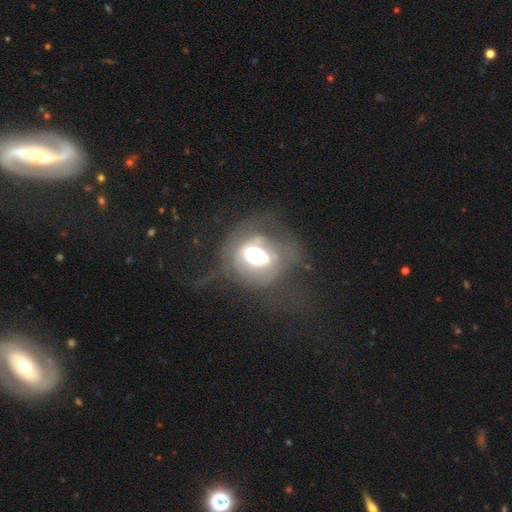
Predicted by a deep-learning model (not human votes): This appears to be a featured or disk galaxy (49%). Merging: major disturbance (42%).